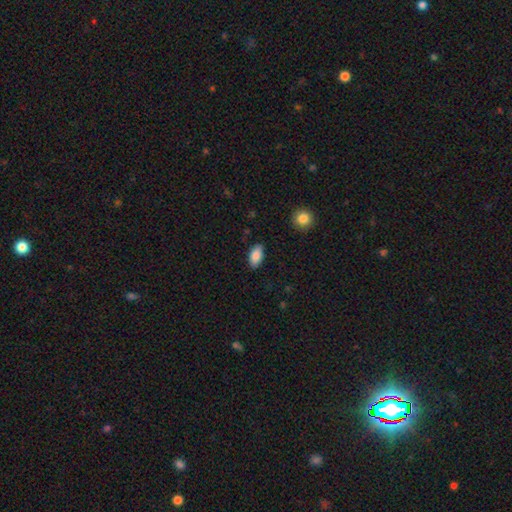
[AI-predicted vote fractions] Overall: smooth (86%). How rounded: in between (93%). Merging: none (87%).